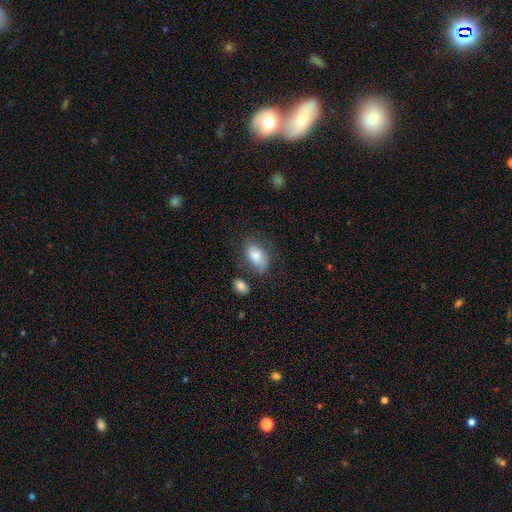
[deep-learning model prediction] Morphology: type=smooth (75%); roundness=in between (91%); merging=none (56%).